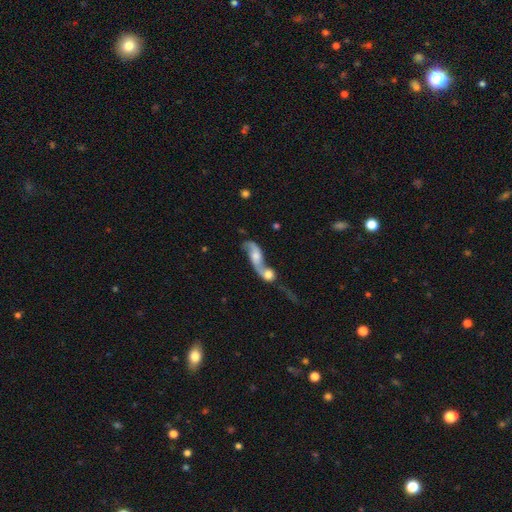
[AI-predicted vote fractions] Morphology: type=featured or disk (67%); edge-on=no (89%); bar=no (63%); spiral arms=yes (84%); bulge=moderate (44%); merging=merger (74%).